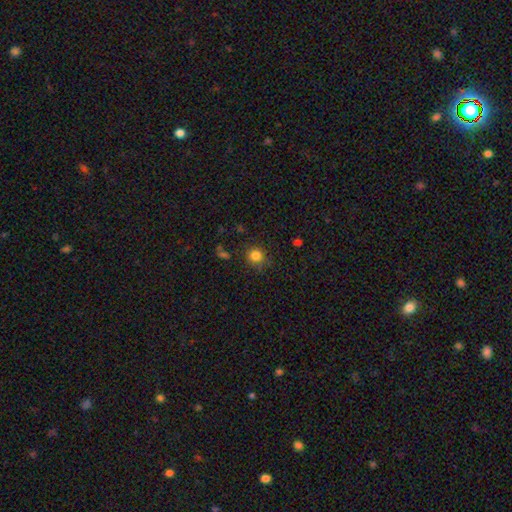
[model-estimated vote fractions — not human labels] This appears to be a smooth galaxy with no disk features (82%) that is round (88%). Merging: none (81%).